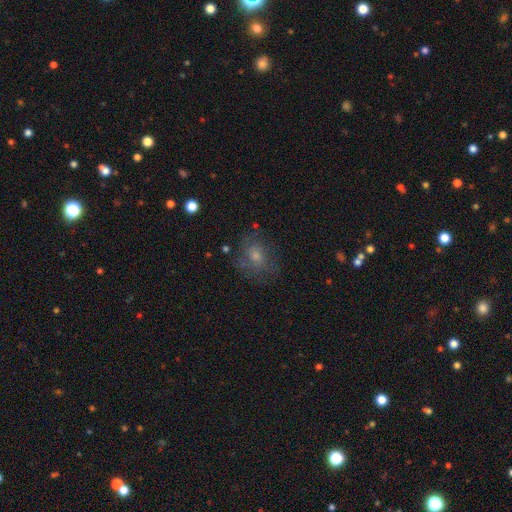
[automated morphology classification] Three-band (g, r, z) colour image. It shows a smooth galaxy with no disk features (53%) that is round (56%). Merging: none (65%).